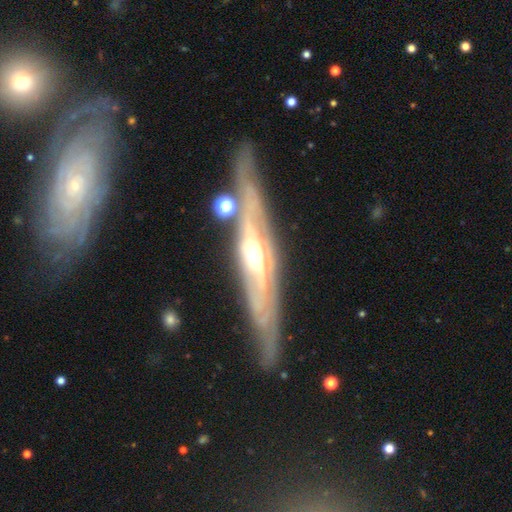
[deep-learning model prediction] The model was most divided on "edge-on disk": yes: 65%, no: 35%. More confident: smooth or featured — featured or disk (85%); edge-on bulge — rounded (84%); merging — none (78%).